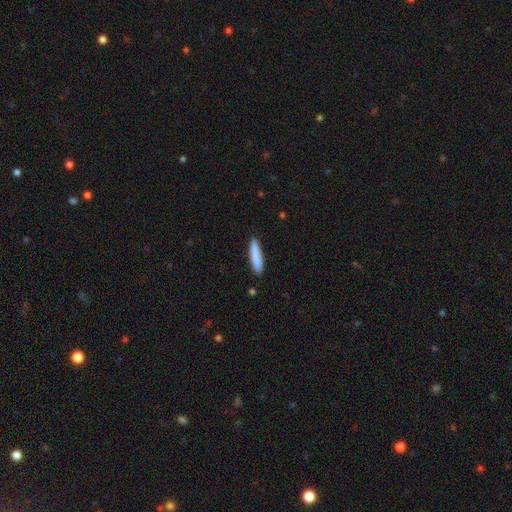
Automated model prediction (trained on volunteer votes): Smooth or featured? Predicted: smooth (p=0.87). How rounded? Predicted: cigar-shaped (p=0.82). Merging? Predicted: none (p=0.89).